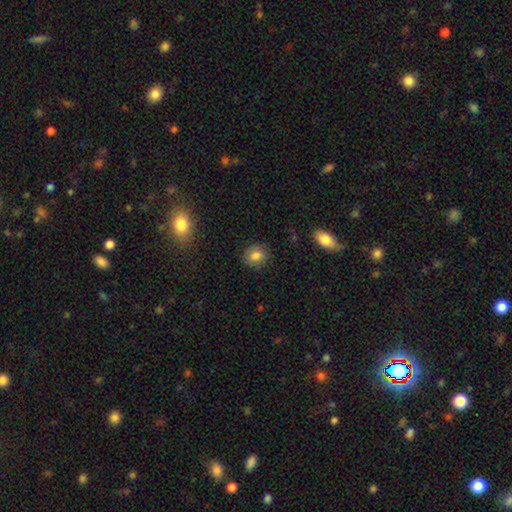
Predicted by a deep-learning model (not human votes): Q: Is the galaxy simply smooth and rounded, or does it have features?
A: smooth — 82%.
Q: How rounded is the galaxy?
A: round — 74%.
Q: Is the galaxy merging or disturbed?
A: none — 86%.